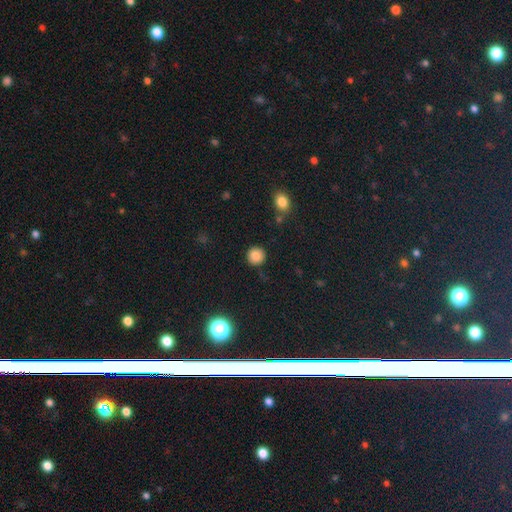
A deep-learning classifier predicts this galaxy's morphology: This appears to be a smooth galaxy with no disk features (85%) that is round (93%). Merging: none (88%).